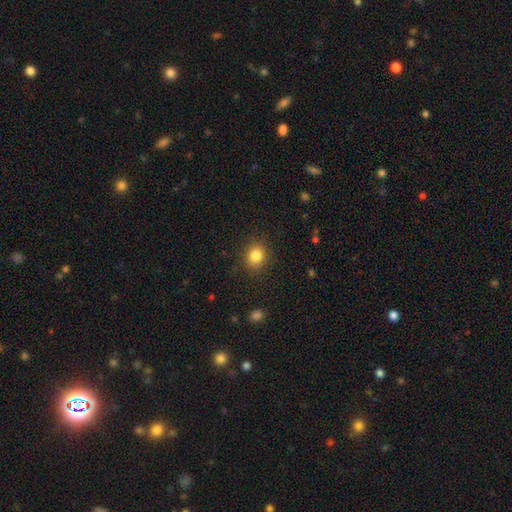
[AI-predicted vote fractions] Overall: smooth (83%). How rounded: round (75%). Merging: none (88%).